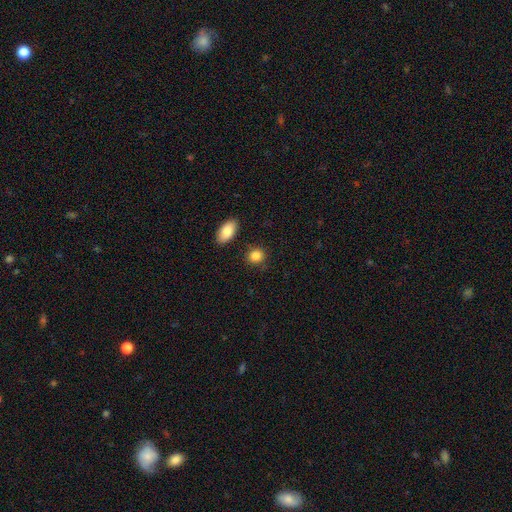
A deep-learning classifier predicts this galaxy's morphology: Q: Smooth or featured?
A: smooth (87%); runner-up: star or artifact (8%)
Q: How rounded?
A: round (69%); runner-up: in between (30%)
Q: Merging?
A: none (84%); runner-up: minor disturbance (9%)